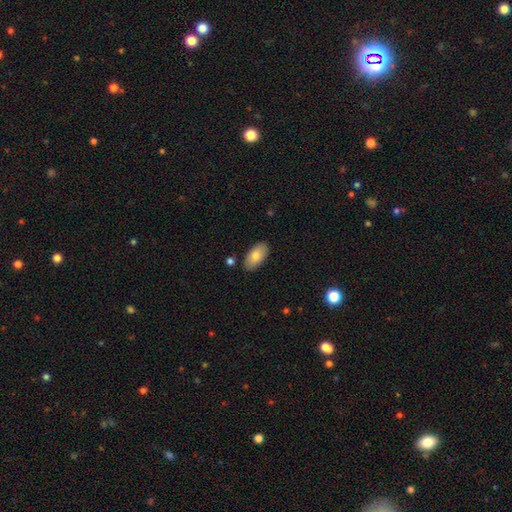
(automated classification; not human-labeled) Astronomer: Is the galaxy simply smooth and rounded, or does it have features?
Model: smooth — 80%.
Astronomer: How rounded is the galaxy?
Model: in between — 94%.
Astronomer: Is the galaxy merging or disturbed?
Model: none — 86%.